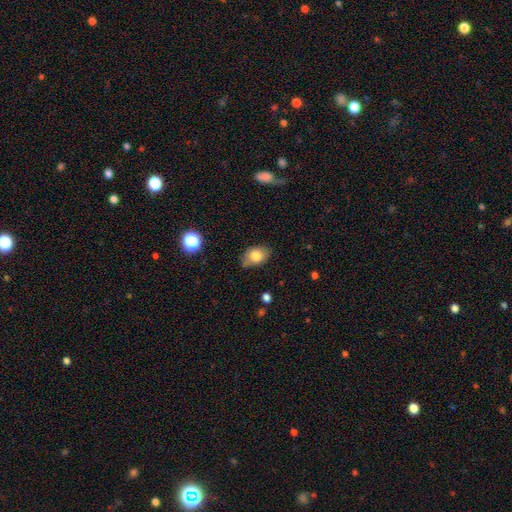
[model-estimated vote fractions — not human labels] This is clearly a smooth galaxy (80%). How rounded: clearly in between (80%). Merging: likely none (69%).